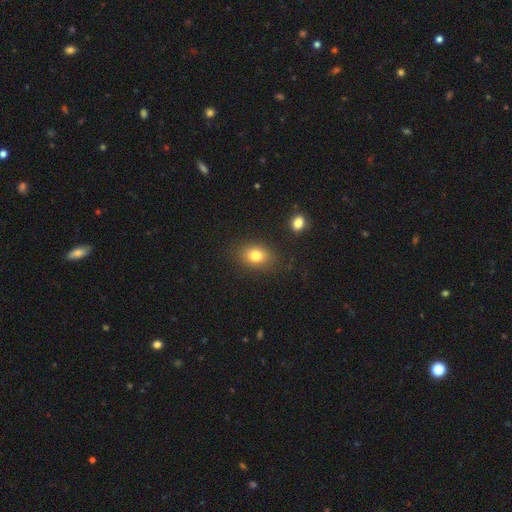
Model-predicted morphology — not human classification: A smooth galaxy with no disk features (79%) that is in between round and cigar-shaped (68%).

Vote fractions:
- Smooth or featured? smooth: 79% / star or artifact: 11% / featured or disk: 10%
- How rounded? in between: 68% / round: 31% / cigar-shaped: 1%
- Merging? none: 84% / minor disturbance: 11% / major disturbance: 3% / merger: 2%